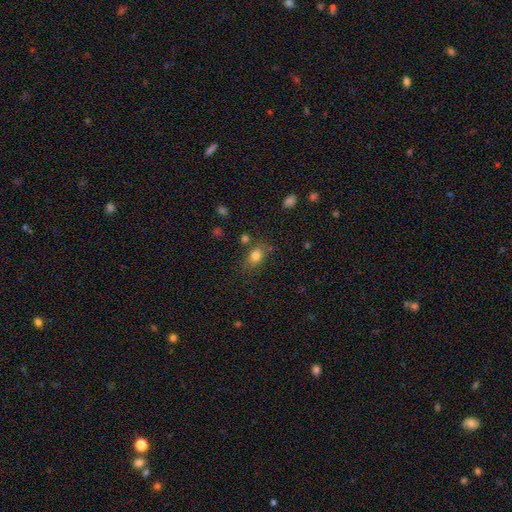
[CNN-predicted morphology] This is clearly a smooth galaxy (80%). How rounded: likely in between (68%). Merging: likely none (71%).